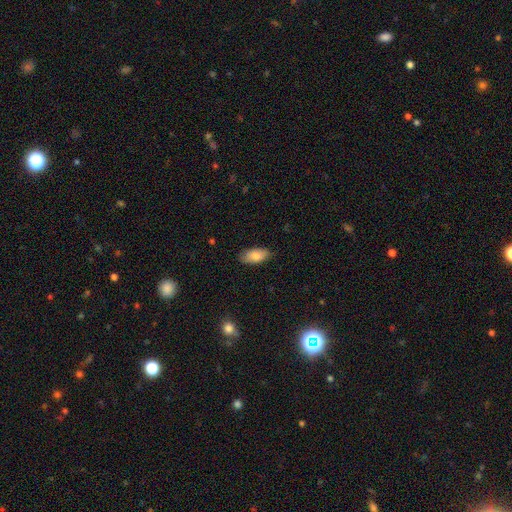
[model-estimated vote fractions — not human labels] Smooth or featured? Predicted: smooth (p=0.85). How rounded? Predicted: in between (p=0.90). Merging? Predicted: none (p=0.85).